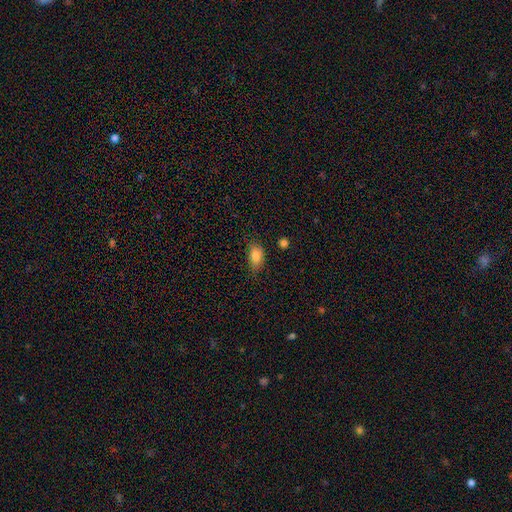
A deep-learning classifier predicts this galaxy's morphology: smooth 84%, star or artifact 9%, featured or disk 7%. Down the decision tree: how rounded — in between (87%); merging — none (68%).